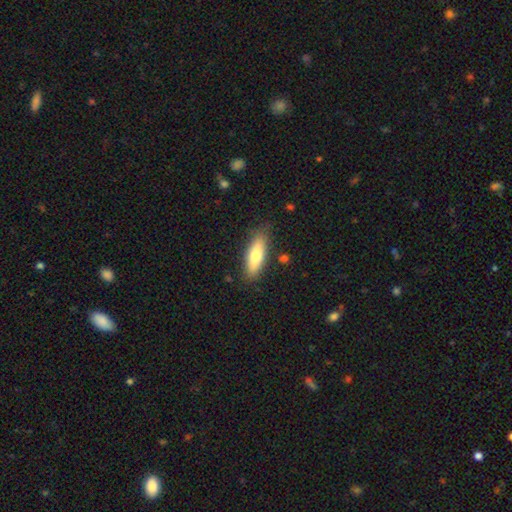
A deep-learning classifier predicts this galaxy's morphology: smooth_or_featured: smooth (p=0.72) [alt: featured or disk p=0.22]
how_rounded: in between (p=0.51) [alt: cigar-shaped p=0.47]
merging: none (p=0.84) [alt: minor disturbance p=0.12]